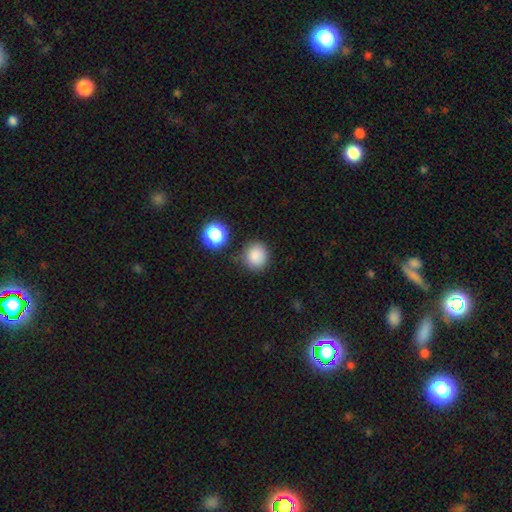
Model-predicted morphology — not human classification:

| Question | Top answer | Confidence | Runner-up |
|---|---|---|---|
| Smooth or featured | smooth | 85% | star or artifact (11%) |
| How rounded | round | 84% | in between (15%) |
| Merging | none | 76% | minor disturbance (13%) |